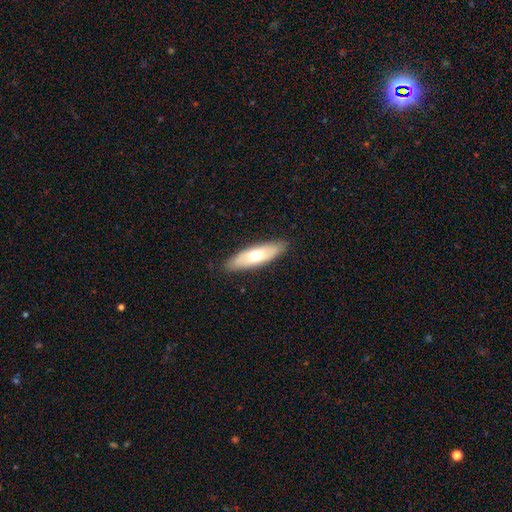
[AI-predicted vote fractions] Morphology: type=smooth (62%); roundness=in between (54%); merging=none (87%).